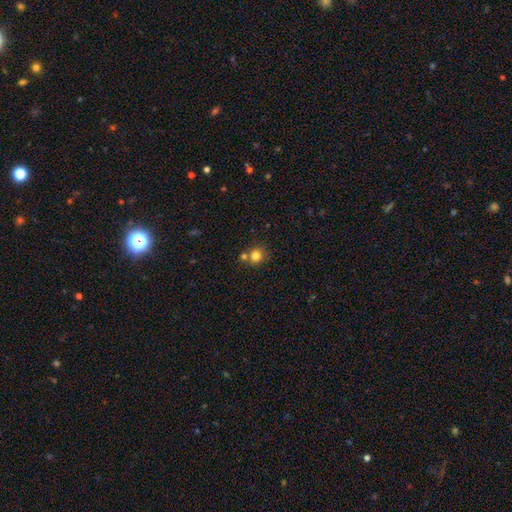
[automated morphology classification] smooth_or_featured: smooth (p=0.81) [alt: star or artifact p=0.12]
how_rounded: round (p=0.85) [alt: in between p=0.14]
merging: none (p=0.64) [alt: merger p=0.23]